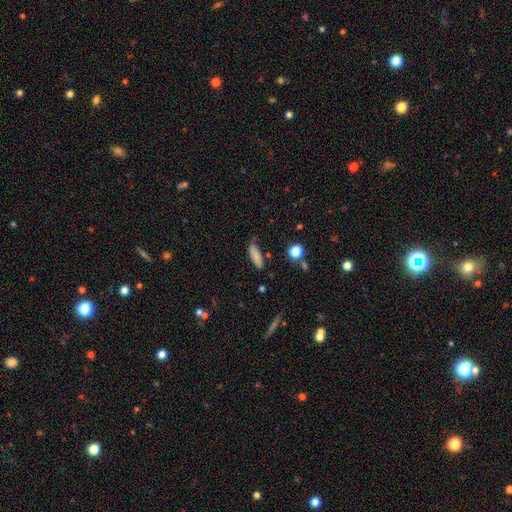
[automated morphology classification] This is clearly a smooth galaxy (80%). How rounded: possibly in between (50%). Merging: likely none (63%).